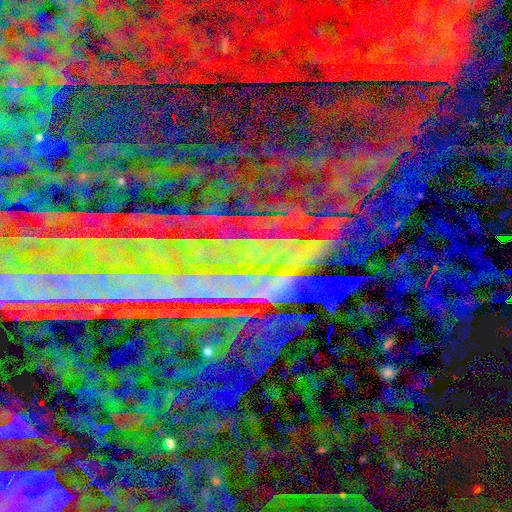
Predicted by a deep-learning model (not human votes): Q: Smooth or featured?
A: star or artifact (88%); runner-up: featured or disk (7%)